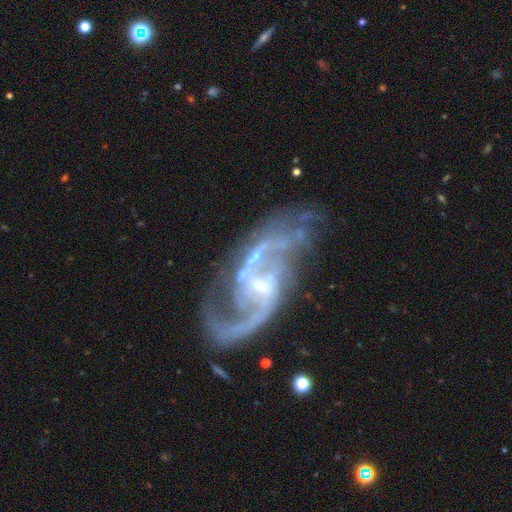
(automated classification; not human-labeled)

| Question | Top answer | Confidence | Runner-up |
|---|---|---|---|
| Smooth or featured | featured or disk | 92% | star or artifact (5%) |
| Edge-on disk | no | 97% | yes (3%) |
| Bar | weak | 47% | no (30%) |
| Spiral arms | yes | 97% | no (3%) |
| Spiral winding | loose | 45% | medium (44%) |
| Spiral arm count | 2 | 87% | can't tell (4%) |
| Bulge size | small | 67% | moderate (27%) |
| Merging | none | 55% | minor disturbance (19%) |